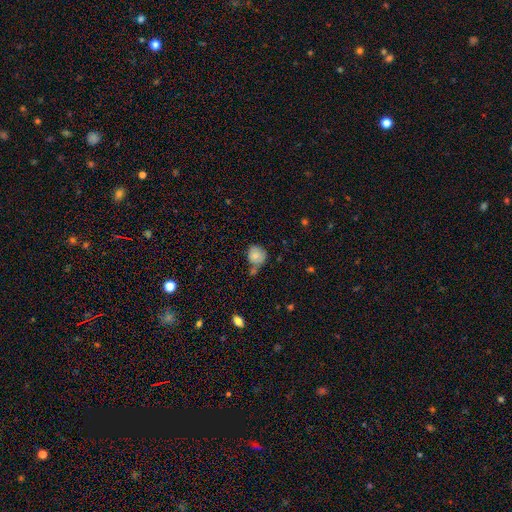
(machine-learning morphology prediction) type=smooth (79%); roundness=round (79%); merging=none (49%).